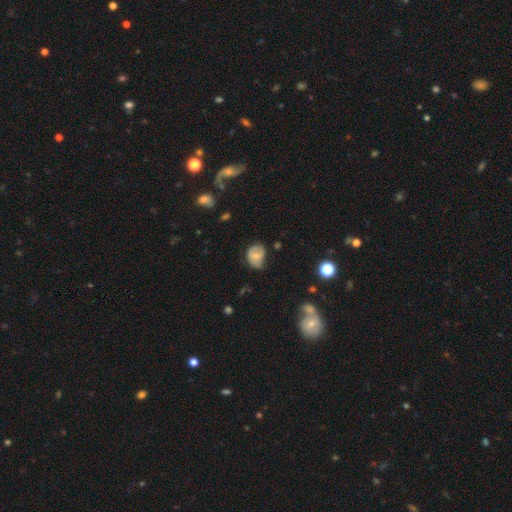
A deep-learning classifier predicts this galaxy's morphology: This appears to be a smooth galaxy with no disk features (58%) that is in between round and cigar-shaped (58%). Merging: none (52%).